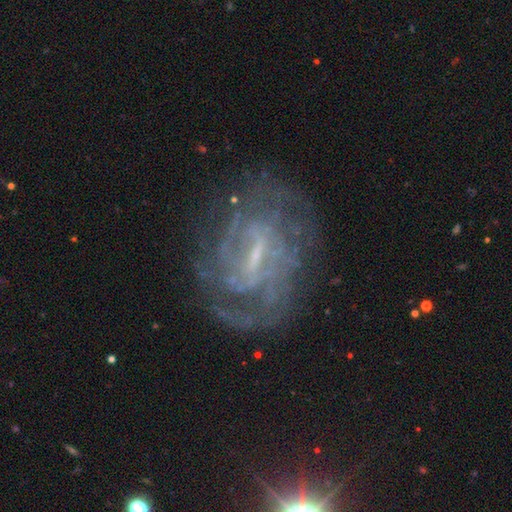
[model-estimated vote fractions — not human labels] A featured or disk galaxy (81%) with a weak bar (50%), tight (57%) spiral arms (87%) and a small central bulge (59%).

Vote fractions:
- Smooth or featured? featured or disk: 81% / star or artifact: 10% / smooth: 9%
- Edge-on disk? no: 96% / yes: 4%
- Bar? weak: 50% / strong: 34% / no: 16%
- Spiral arms? yes: 87% / no: 13%
- Spiral winding? tight: 57% / medium: 33% / loose: 11%
- Spiral arm count? can't tell: 50% / 2: 18% / 3: 12% / 4: 9% / more than 4: 6% / 1: 6%
- Bulge size? small: 59% / none: 19% / moderate: 19% / large: 2% / dominant: 1%
- Merging? none: 68% / minor disturbance: 17% / major disturbance: 13% / merger: 2%